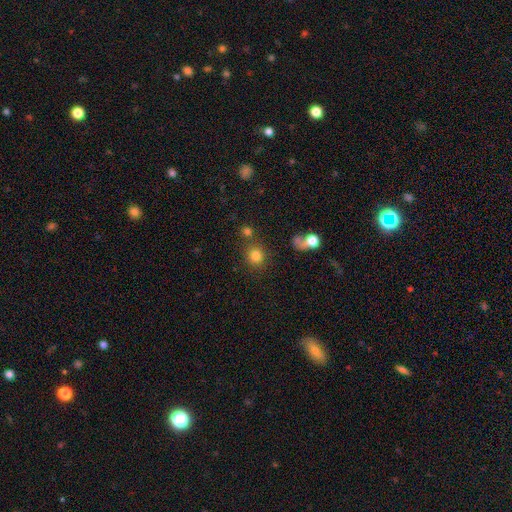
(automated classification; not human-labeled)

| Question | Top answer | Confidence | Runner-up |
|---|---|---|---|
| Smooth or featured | smooth | 79% | star or artifact (13%) |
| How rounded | round | 86% | in between (13%) |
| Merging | none | 75% | merger (11%) |